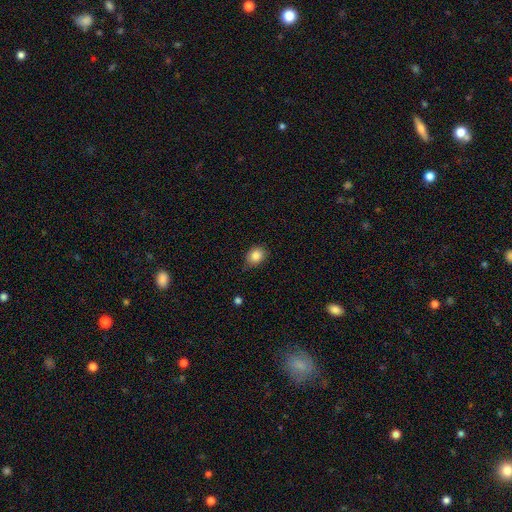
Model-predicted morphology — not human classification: This is clearly a smooth galaxy (86%). How rounded: possibly round (51%). Merging: likely none (80%).